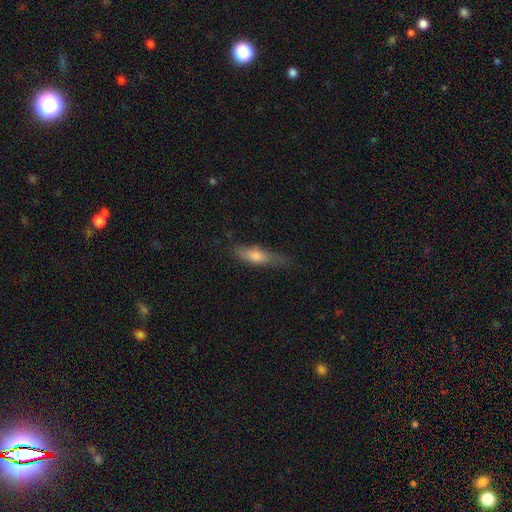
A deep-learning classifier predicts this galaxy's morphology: This appears to be a smooth galaxy with no disk features (63%) that is cigar-shaped (60%). Merging: none (67%).